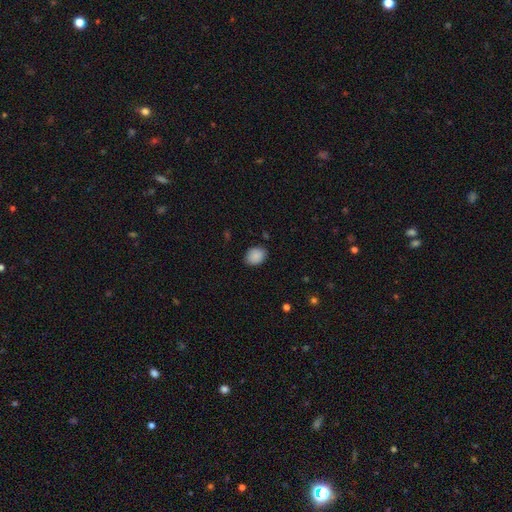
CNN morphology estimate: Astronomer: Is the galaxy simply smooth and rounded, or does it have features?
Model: smooth — 89%.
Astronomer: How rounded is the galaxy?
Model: in between — 58% (runner-up: round, 41%).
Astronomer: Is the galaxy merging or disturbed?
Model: none — 84%.